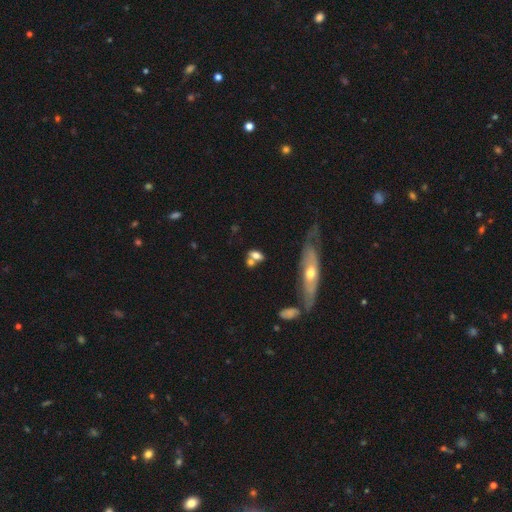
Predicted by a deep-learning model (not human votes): Morphology: type=smooth (64%); roundness=in between (71%); merging=none (43%).